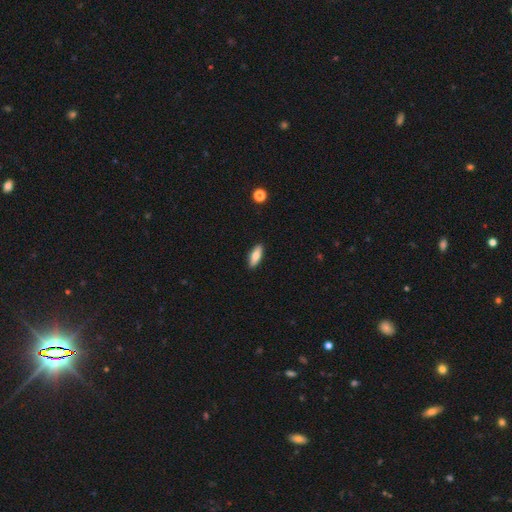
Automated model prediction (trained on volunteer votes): A smooth galaxy with no disk features (76%) that is in between round and cigar-shaped (61%).

Vote fractions:
- Smooth or featured? smooth: 76% / featured or disk: 18% / star or artifact: 6%
- How rounded? in between: 61% / cigar-shaped: 37% / round: 2%
- Merging? none: 90% / minor disturbance: 7% / major disturbance: 2% / merger: 1%